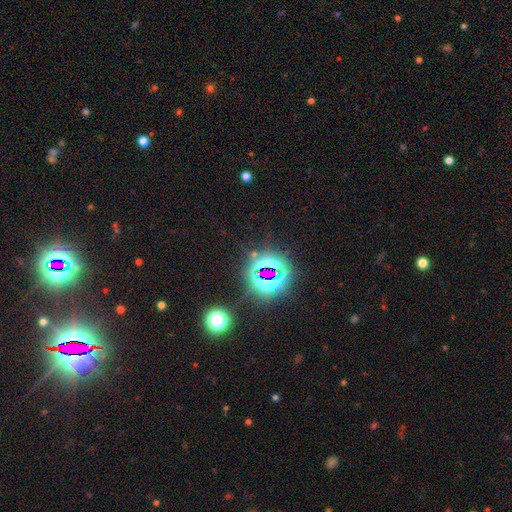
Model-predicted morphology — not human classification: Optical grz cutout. It shows a star or artifact, not a galaxy (80%).